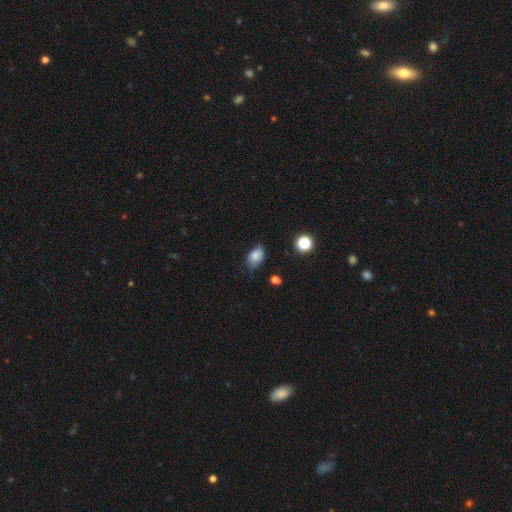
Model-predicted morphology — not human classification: This appears to be a smooth galaxy with no disk features (82%) that is in between round and cigar-shaped (82%). Merging: none (61%).